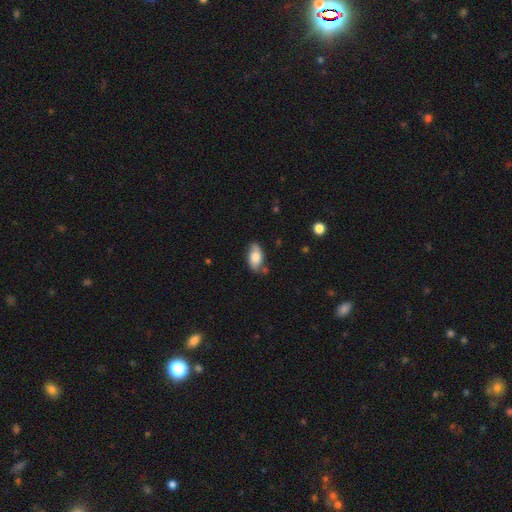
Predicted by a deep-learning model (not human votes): smooth 70%, featured or disk 23%, star or artifact 7%. Down the decision tree: how rounded — in between (91%); merging — none (70%).